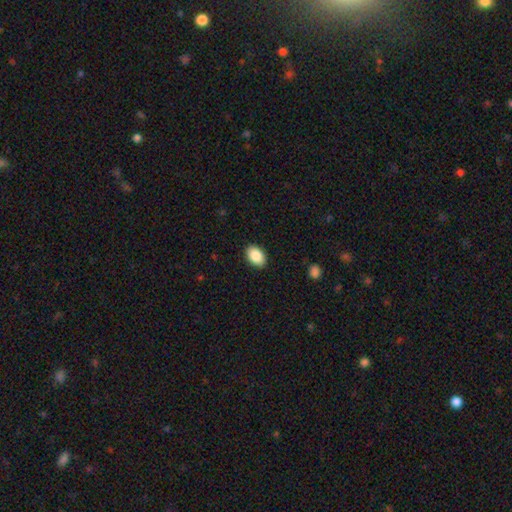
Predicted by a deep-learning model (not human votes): smooth_or_featured: smooth (p=0.88) [alt: star or artifact p=0.07]
how_rounded: in between (p=0.89) [alt: round p=0.10]
merging: none (p=0.89) [alt: minor disturbance p=0.08]